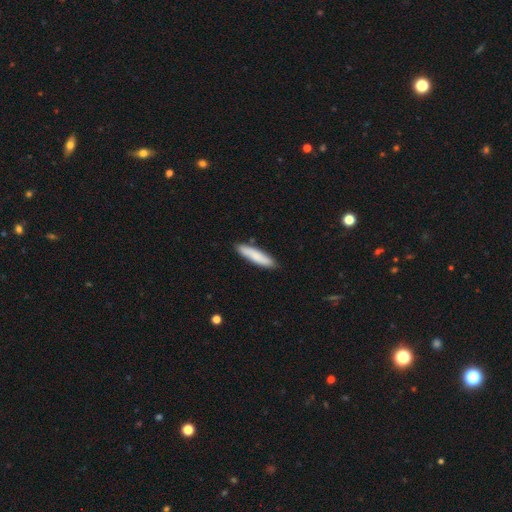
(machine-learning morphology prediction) Smooth or featured? smooth (81%)
How rounded? cigar-shaped (82%)
Merging? none (86%)